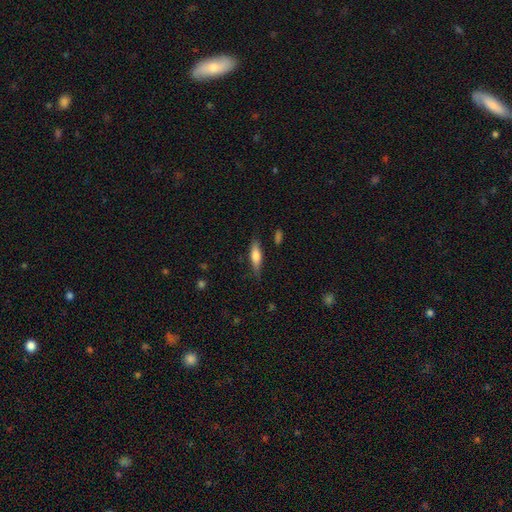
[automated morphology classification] Smooth or featured? smooth (63%)
How rounded? cigar-shaped (58%)
Merging? none (79%)